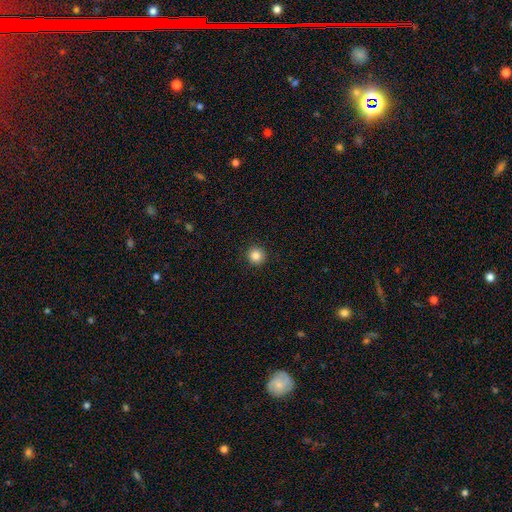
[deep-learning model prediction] smooth 85%, star or artifact 11%, featured or disk 4%. Down the decision tree: how rounded — round (95%); merging — none (93%).